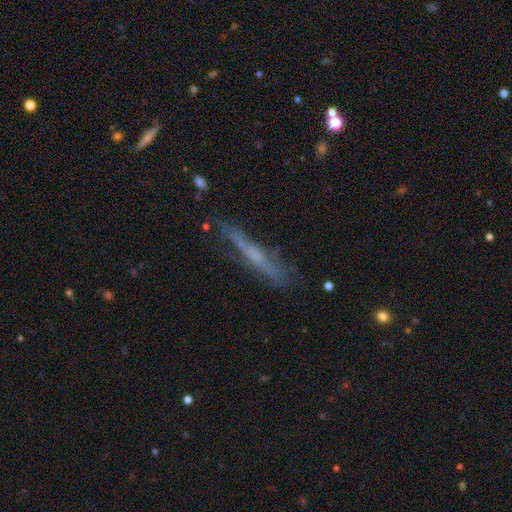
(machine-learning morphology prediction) This appears to be a featured or disk galaxy (56%) viewed edge-on (85%). Merging: none (70%).